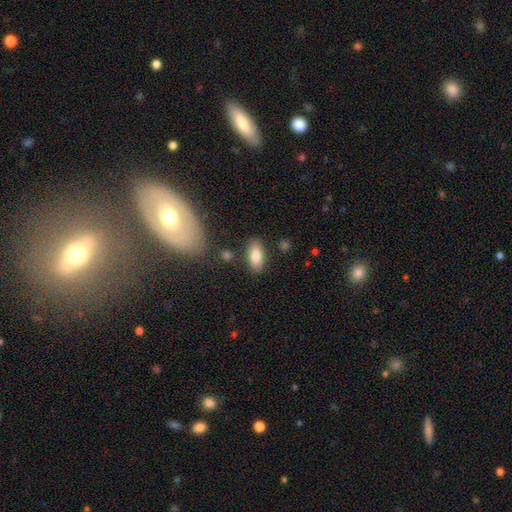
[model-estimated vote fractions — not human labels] A smooth galaxy with no disk features (82%) that is in between round and cigar-shaped (88%).

Vote fractions:
- Smooth or featured? smooth: 82% / featured or disk: 11% / star or artifact: 7%
- How rounded? in between: 88% / cigar-shaped: 9% / round: 3%
- Merging? none: 83% / minor disturbance: 11% / merger: 4% / major disturbance: 3%